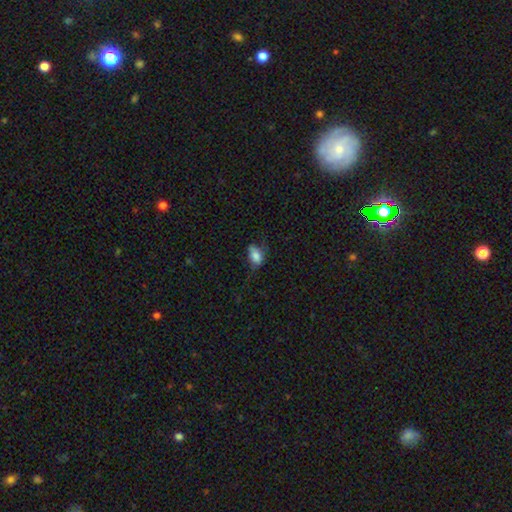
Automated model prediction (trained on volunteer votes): The model was most divided on "merging": none: 47%, minor disturbance: 32%, major disturbance: 19%, merger: 2%. More confident: how rounded — in between (88%); smooth or featured — smooth (79%).